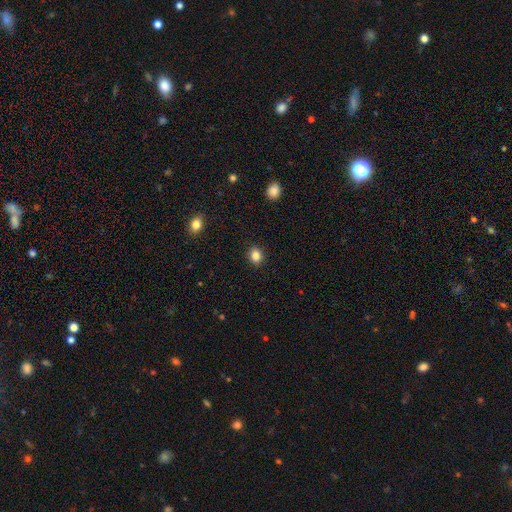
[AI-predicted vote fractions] Smooth or featured: smooth — 84% (star or artifact — 11%)
How rounded: round — 68% (in between — 31%)
Merging: none — 91% (minor disturbance — 6%)